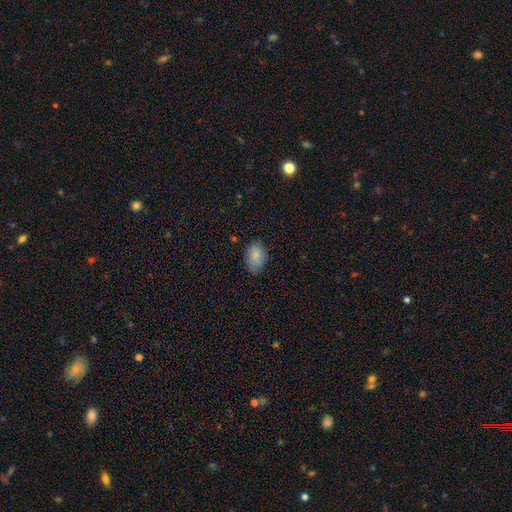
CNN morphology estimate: Smooth or featured: smooth — 84% (featured or disk — 9%)
How rounded: in between — 87% (round — 12%)
Merging: none — 76% (minor disturbance — 19%)